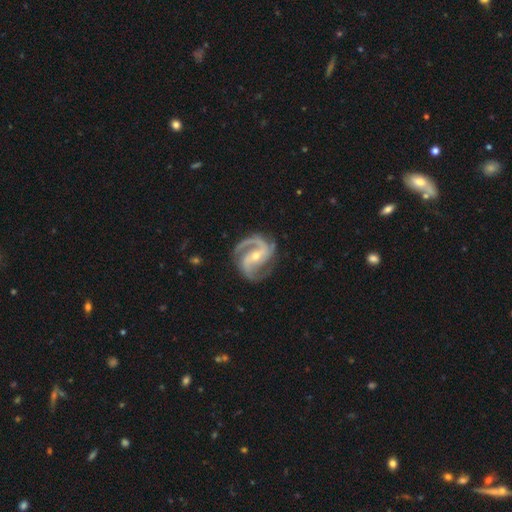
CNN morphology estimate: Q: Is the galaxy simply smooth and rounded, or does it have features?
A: featured or disk — 93%.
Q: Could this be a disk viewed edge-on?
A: no — 98%.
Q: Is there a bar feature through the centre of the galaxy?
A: strong — 37%.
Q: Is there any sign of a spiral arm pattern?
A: yes — 99%.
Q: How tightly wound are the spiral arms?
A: medium — 60%.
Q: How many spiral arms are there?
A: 2 — 73%.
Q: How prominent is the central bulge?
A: small — 54%.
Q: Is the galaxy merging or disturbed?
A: none — 76%.